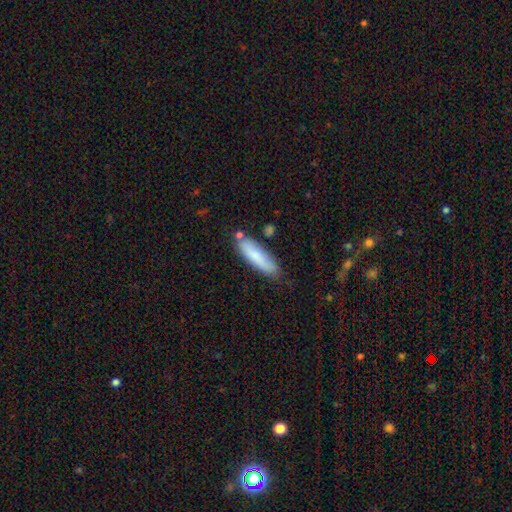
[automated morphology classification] A smooth galaxy with no disk features (81%) that is cigar-shaped (61%). Merging: none (73%).